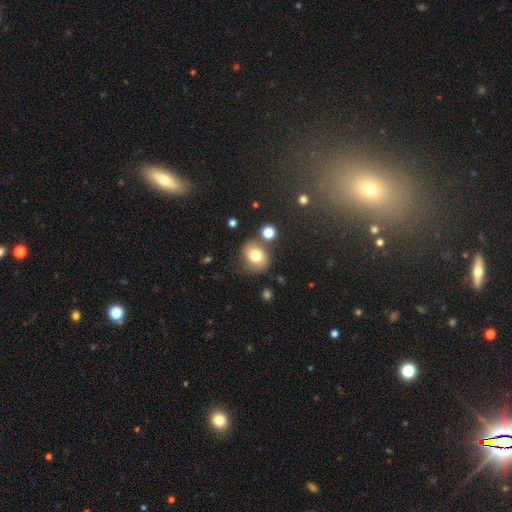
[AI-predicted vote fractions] Morphology: type=smooth (71%); roundness=round (64%); merging=none (68%).